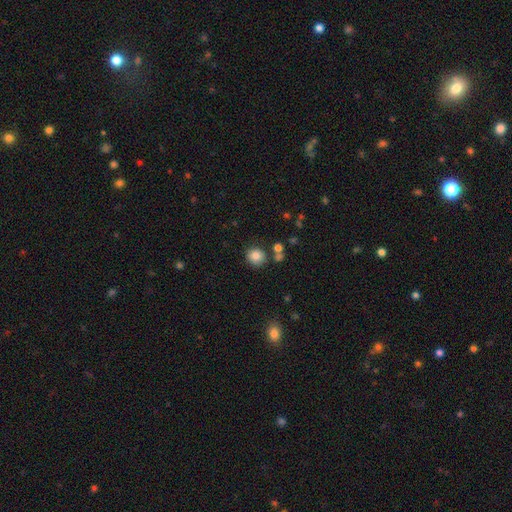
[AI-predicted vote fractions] Q: Smooth or featured?
A: smooth (82%); runner-up: star or artifact (11%)
Q: How rounded?
A: round (90%); runner-up: in between (9%)
Q: Merging?
A: none (81%); runner-up: minor disturbance (9%)